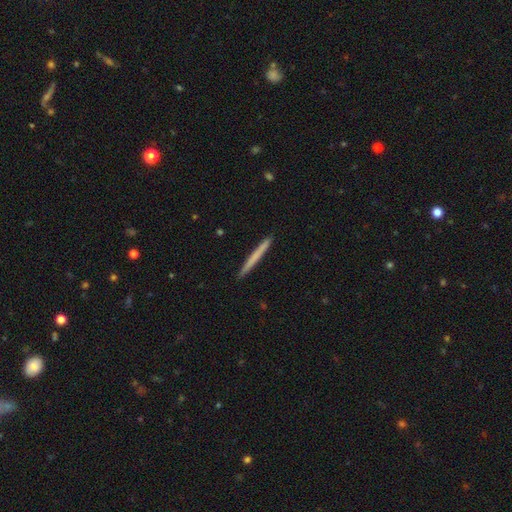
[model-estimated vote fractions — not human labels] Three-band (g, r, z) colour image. It shows a smooth galaxy with no disk features (62%) that is cigar-shaped (97%). Merging: none (93%).